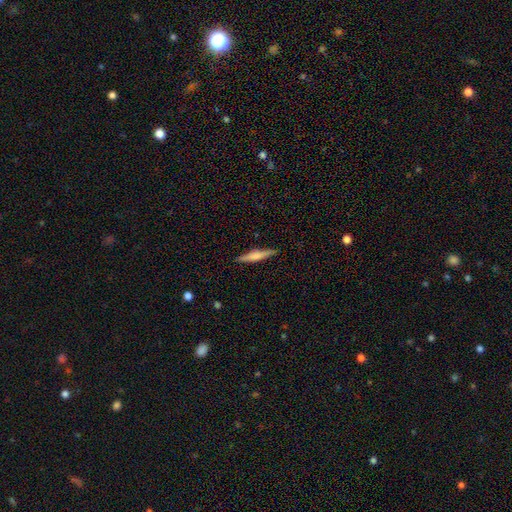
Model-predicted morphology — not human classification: The model was most divided on "smooth or featured": smooth: 48%, featured or disk: 46%, star or artifact: 6%. More confident: merging — none (90%).